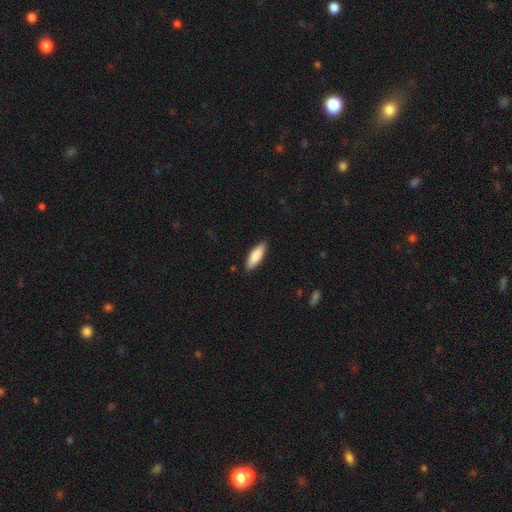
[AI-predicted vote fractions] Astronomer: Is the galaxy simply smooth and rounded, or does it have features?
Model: smooth — 86%.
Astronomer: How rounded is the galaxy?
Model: in between — 55% (runner-up: cigar-shaped, 43%).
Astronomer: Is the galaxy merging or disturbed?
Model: none — 88%.